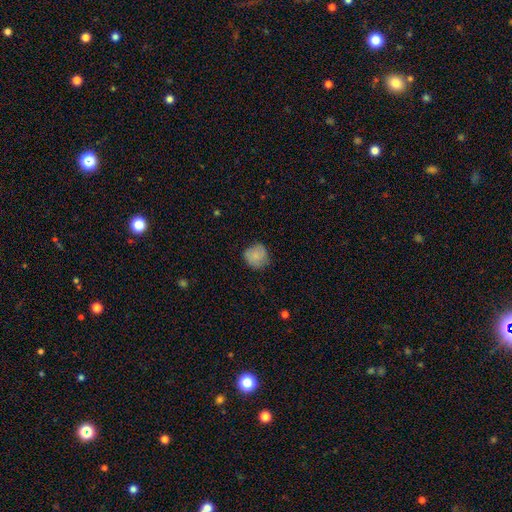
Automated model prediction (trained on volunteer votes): This is likely a smooth galaxy (79%). How rounded: clearly round (89%). Merging: likely none (73%).